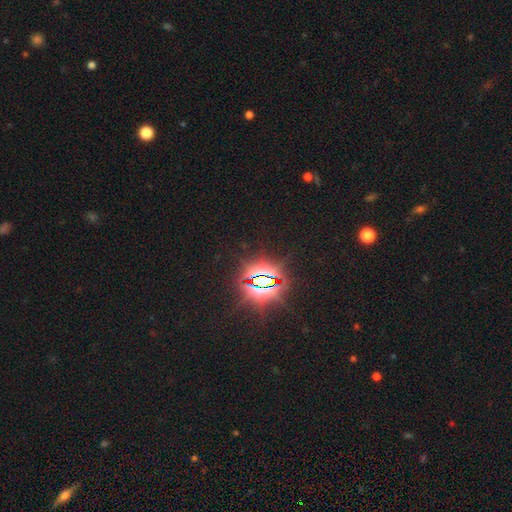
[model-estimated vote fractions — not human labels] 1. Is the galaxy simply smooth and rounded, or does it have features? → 86% star or artifact, 8% smooth, 5% featured or disk.